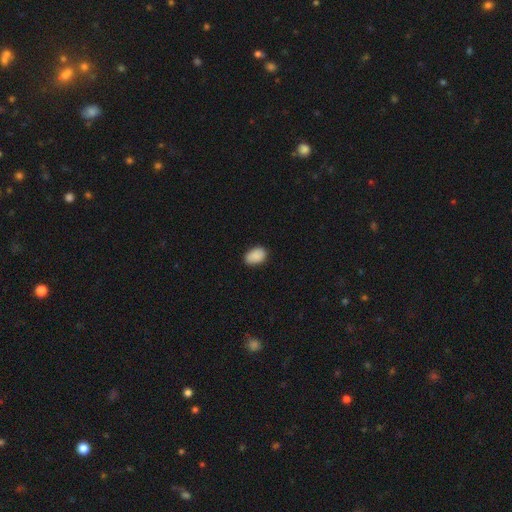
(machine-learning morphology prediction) Overall: smooth (89%). How rounded: in between (86%). Merging: none (84%).